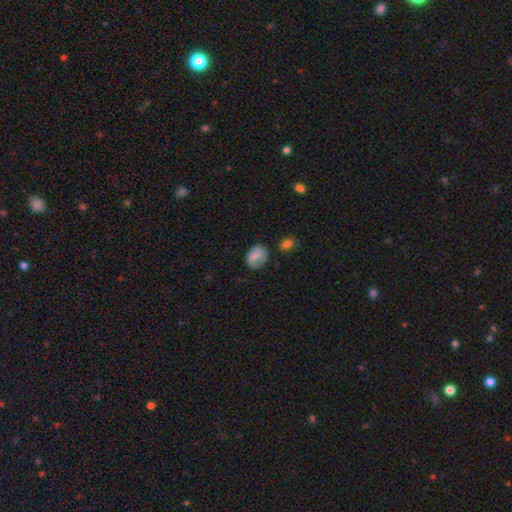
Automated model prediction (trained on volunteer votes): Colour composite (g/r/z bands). It shows a smooth galaxy with no disk features (79%) that is in between round and cigar-shaped (62%). Merging: none (58%).